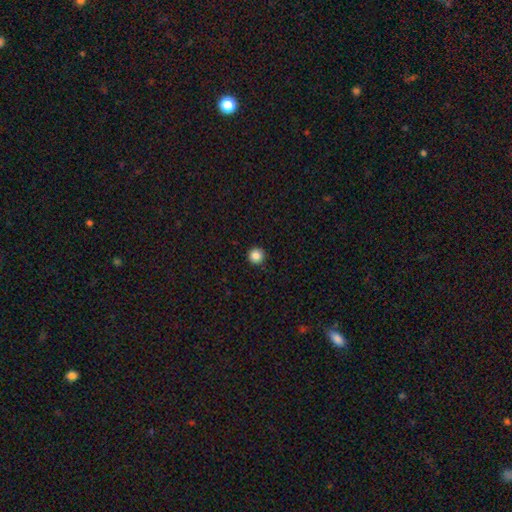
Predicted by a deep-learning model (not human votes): This is clearly a smooth galaxy (85%). How rounded: clearly round (96%). Merging: clearly none (92%).